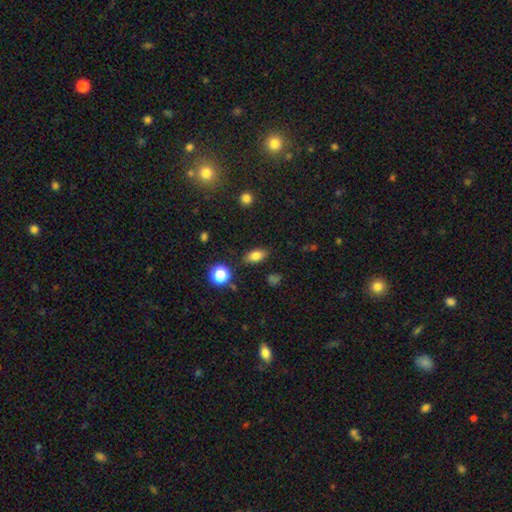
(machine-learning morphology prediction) This appears to be a smooth galaxy with no disk features (80%) that is in between round and cigar-shaped (84%). Merging: none (84%).